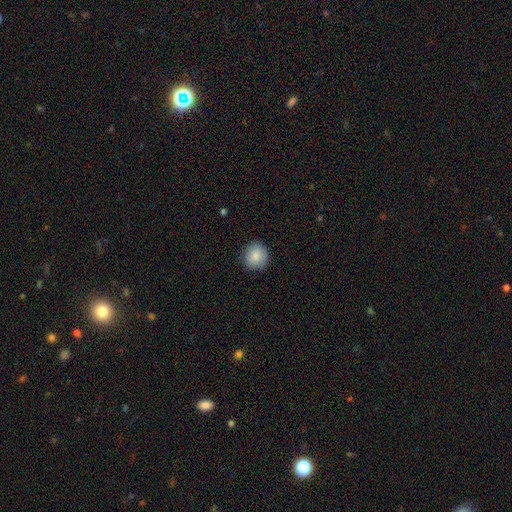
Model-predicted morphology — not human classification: A smooth galaxy with no disk features (87%) that is round (89%).

Vote fractions:
- Smooth or featured? smooth: 87% / star or artifact: 8% / featured or disk: 5%
- How rounded? round: 89% / in between: 10% / cigar-shaped: 1%
- Merging? none: 88% / minor disturbance: 9% / major disturbance: 2% / merger: 1%